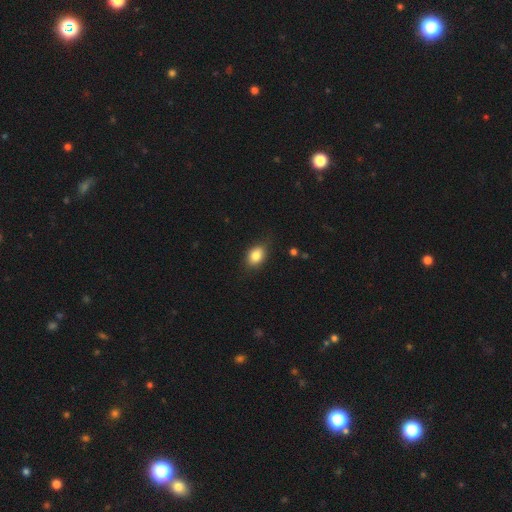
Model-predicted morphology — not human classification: This is clearly a smooth galaxy (83%). How rounded: likely in between (75%). Merging: likely none (77%).